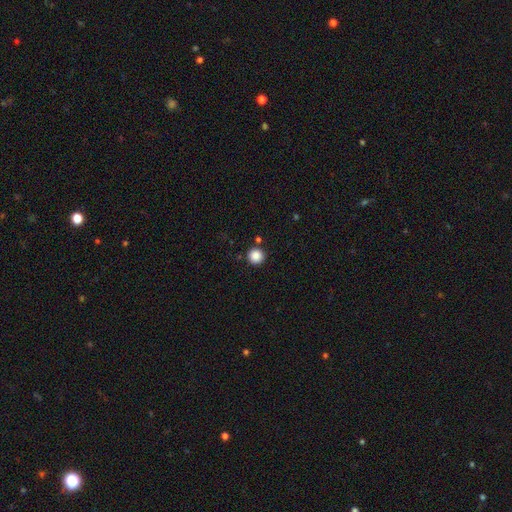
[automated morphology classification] A smooth galaxy with no disk features (87%) that is round (96%). Merging: none (88%).